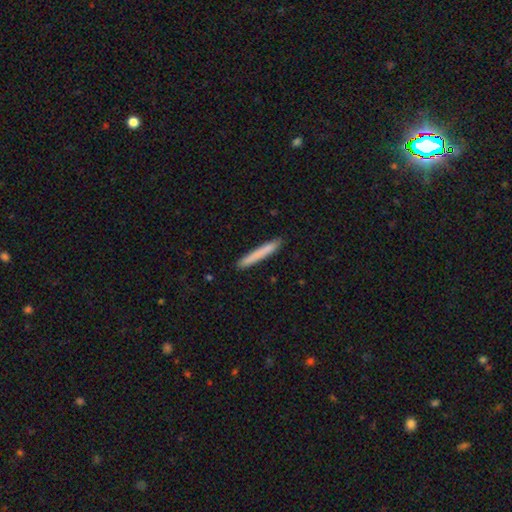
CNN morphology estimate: type=smooth (79%); roundness=cigar-shaped (97%); merging=none (91%).